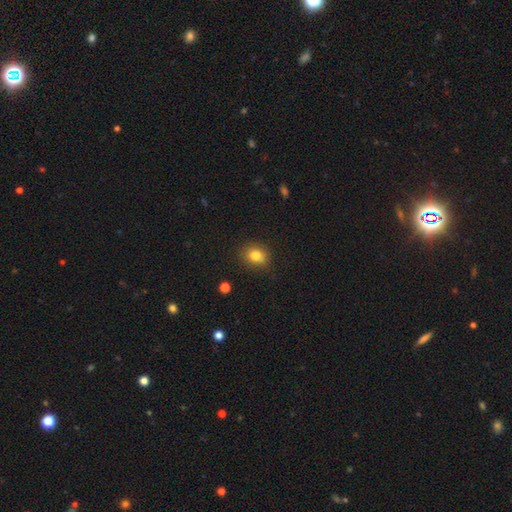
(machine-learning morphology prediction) This appears to be a smooth galaxy with no disk features (81%) that is round (56%). Merging: none (81%).